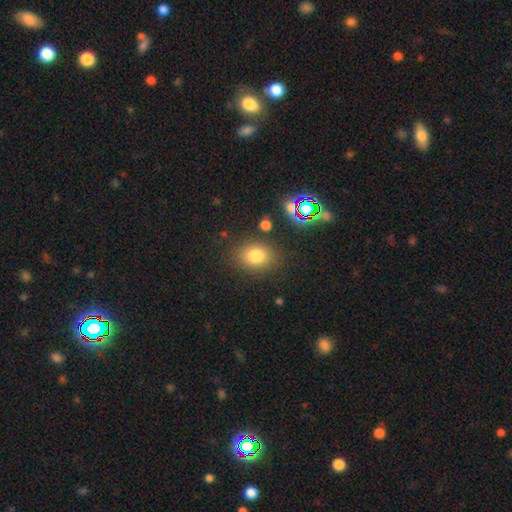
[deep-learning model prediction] Smooth or featured: smooth — 78% (star or artifact — 13%)
How rounded: in between — 60% (round — 39%)
Merging: none — 81% (minor disturbance — 11%)